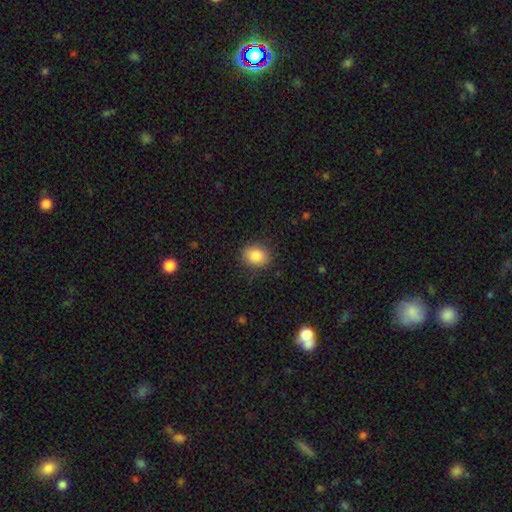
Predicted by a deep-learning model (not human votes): A smooth galaxy with no disk features (85%) that is in between round and cigar-shaped (52%). Merging: none (87%).